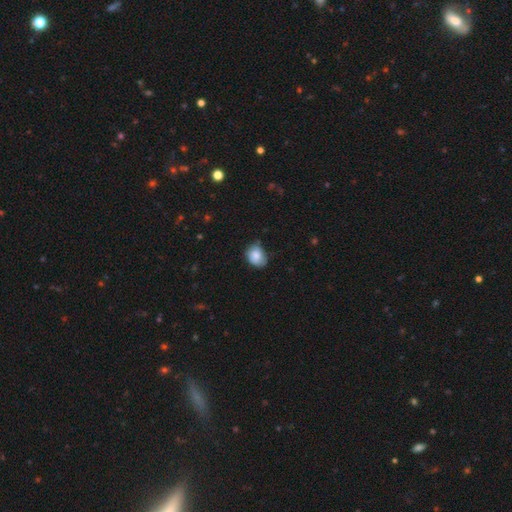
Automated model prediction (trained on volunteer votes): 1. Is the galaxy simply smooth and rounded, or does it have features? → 82% smooth, 10% featured or disk, 8% star or artifact.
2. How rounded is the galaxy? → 54% in between, 45% round, 1% cigar-shaped.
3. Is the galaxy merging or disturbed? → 56% none, 36% minor disturbance, 7% major disturbance, 2% merger.